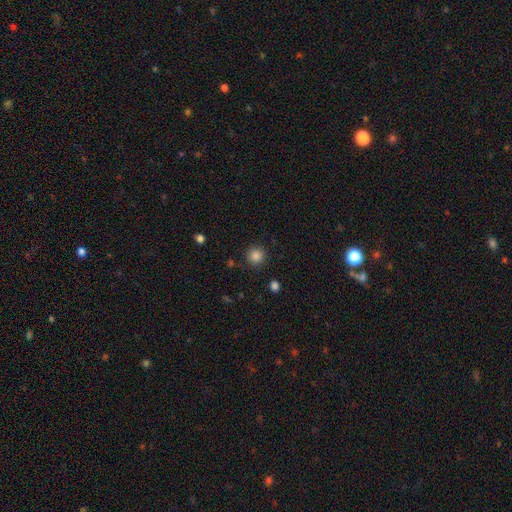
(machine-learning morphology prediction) Q: Smooth or featured?
A: smooth (85%); runner-up: star or artifact (11%)
Q: How rounded?
A: round (93%); runner-up: in between (6%)
Q: Merging?
A: none (89%); runner-up: minor disturbance (7%)